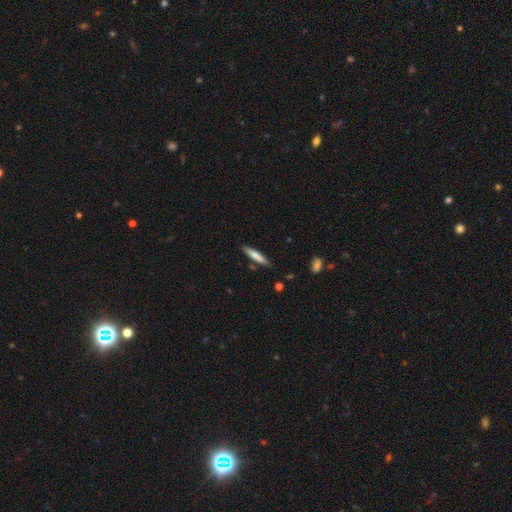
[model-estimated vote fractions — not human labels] smooth_or_featured: smooth (p=0.73) [alt: featured or disk p=0.21]
how_rounded: cigar-shaped (p=0.89) [alt: in between p=0.09]
merging: none (p=0.86) [alt: minor disturbance p=0.10]